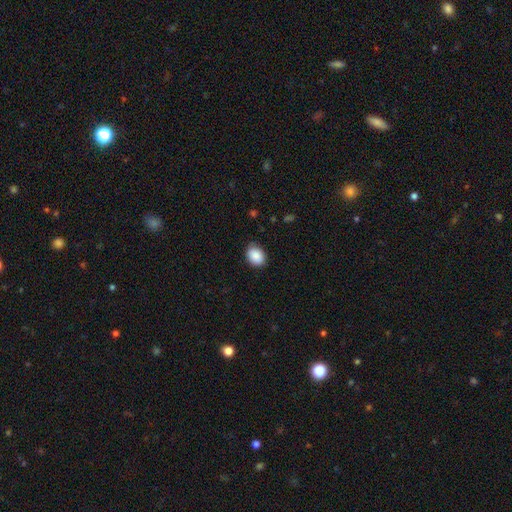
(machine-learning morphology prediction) Smooth or featured? smooth (88%)
How rounded? in between (63%)
Merging? none (82%)